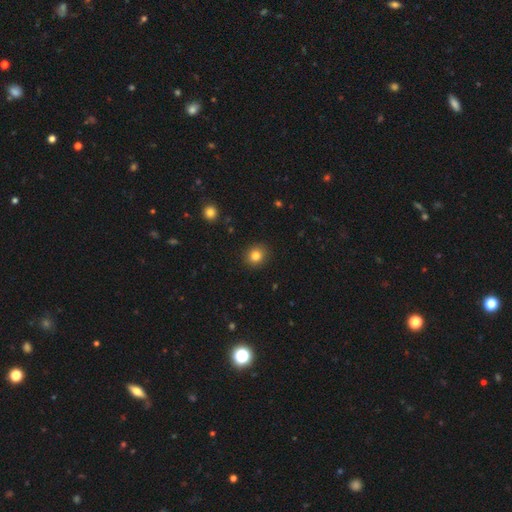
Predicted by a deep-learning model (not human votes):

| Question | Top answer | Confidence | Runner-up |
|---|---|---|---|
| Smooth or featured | smooth | 81% | star or artifact (12%) |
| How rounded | round | 82% | in between (17%) |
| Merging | none | 91% | minor disturbance (6%) |